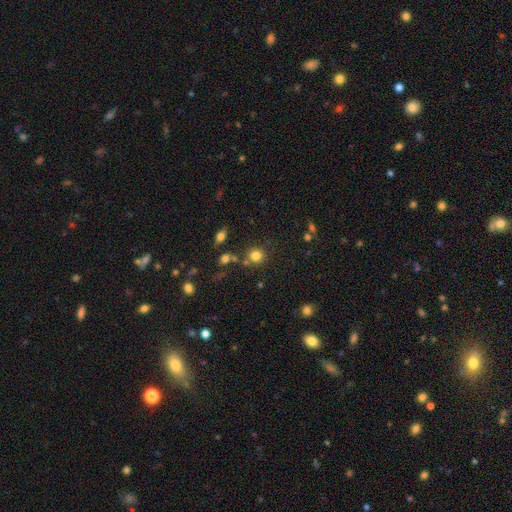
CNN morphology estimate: Smooth or featured: smooth — 80% (star or artifact — 13%)
How rounded: round — 89% (in between — 10%)
Merging: none — 75% (minor disturbance — 10%)